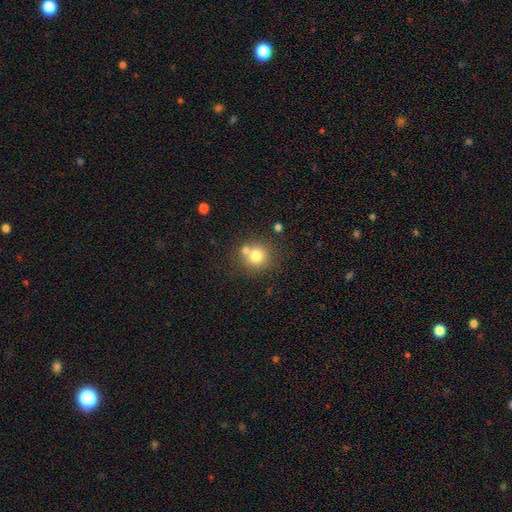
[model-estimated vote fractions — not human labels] A smooth galaxy with no disk features (76%) that is round (90%). Merging: none (64%).